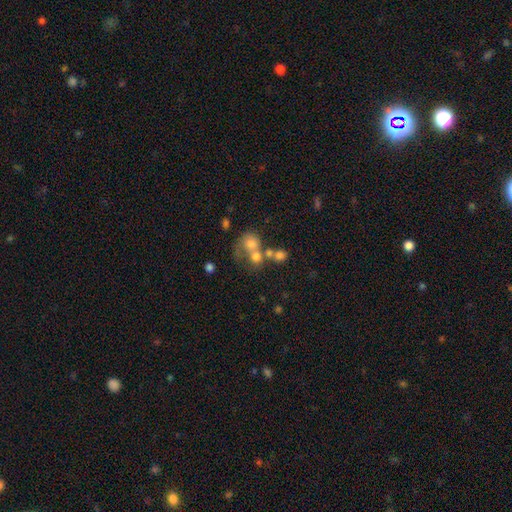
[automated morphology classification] type=smooth (38%); merging=merger (47%).